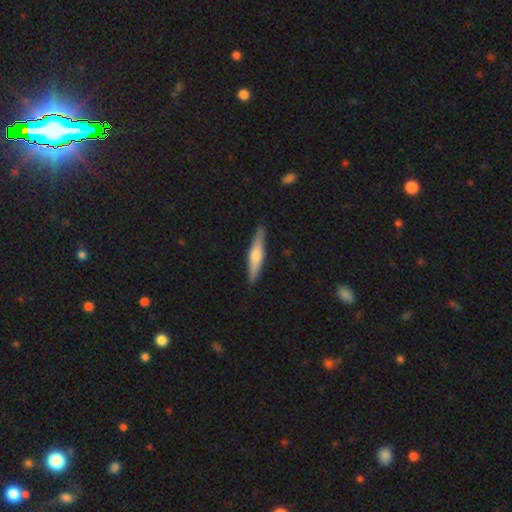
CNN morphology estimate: Smooth or featured? featured or disk (52%)
Edge-on disk? yes (95%)
Merging? none (90%)